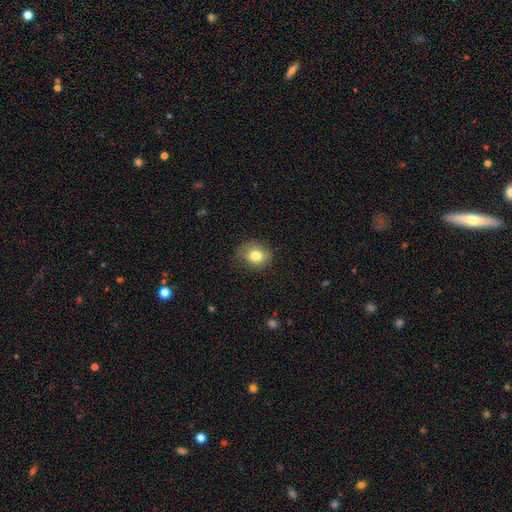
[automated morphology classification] smooth_or_featured: smooth (p=0.80) [alt: featured or disk p=0.11]
how_rounded: round (p=0.64) [alt: in between p=0.35]
merging: none (p=0.77) [alt: minor disturbance p=0.18]